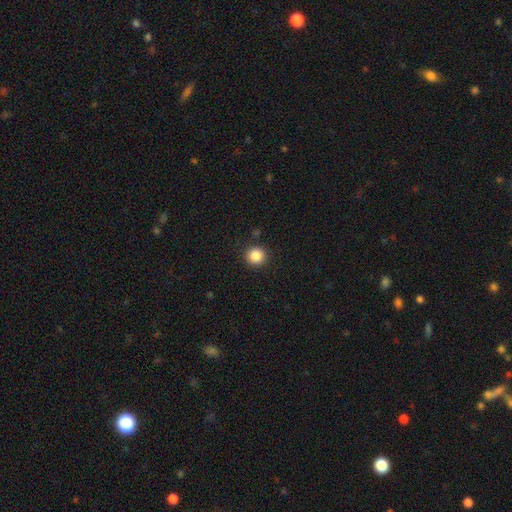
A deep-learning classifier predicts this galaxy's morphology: type=smooth (86%); roundness=round (93%); merging=none (91%).